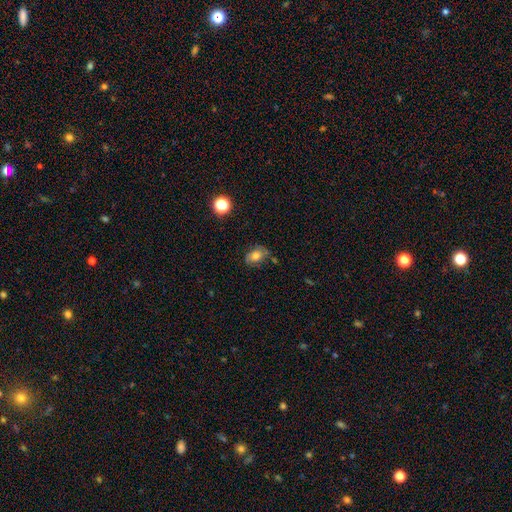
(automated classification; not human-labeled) Q: Smooth or featured?
A: smooth (67%); runner-up: featured or disk (22%)
Q: How rounded?
A: in between (75%); runner-up: round (24%)
Q: Merging?
A: none (66%); runner-up: minor disturbance (24%)